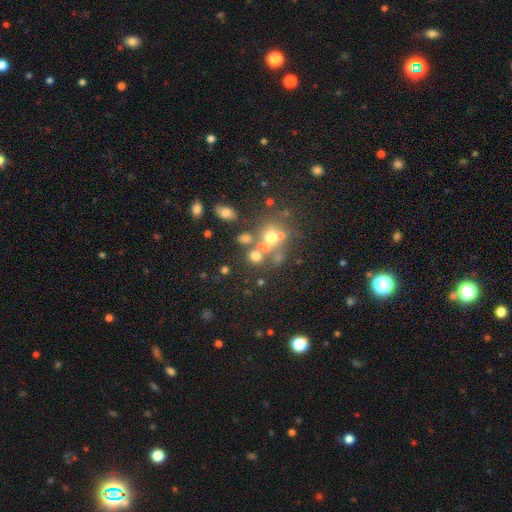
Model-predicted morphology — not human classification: Overall: smooth (58%; star or artifact 22%). How rounded: round (76%). Merging: none (51%; merger 31%).